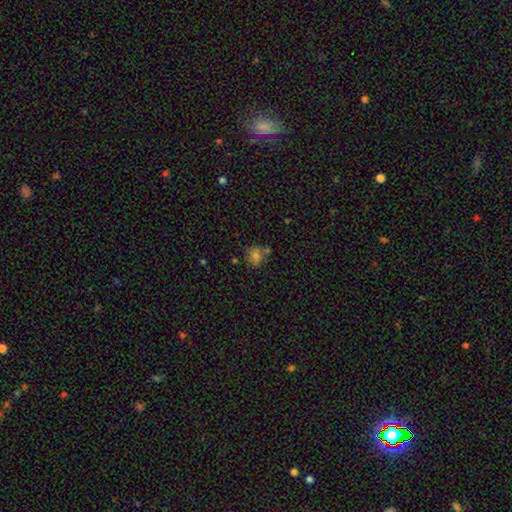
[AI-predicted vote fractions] A smooth galaxy with no disk features (72%) that is round (73%).

Vote fractions:
- Smooth or featured? smooth: 72% / star or artifact: 19% / featured or disk: 9%
- How rounded? round: 73% / in between: 25% / cigar-shaped: 1%
- Merging? none: 66% / merger: 17% / minor disturbance: 14% / major disturbance: 4%